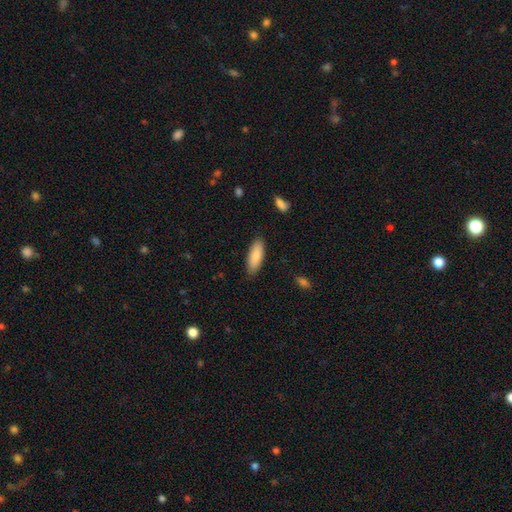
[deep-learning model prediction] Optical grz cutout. It shows a smooth galaxy with no disk features (85%) that is in between round and cigar-shaped (65%). Merging: none (85%).